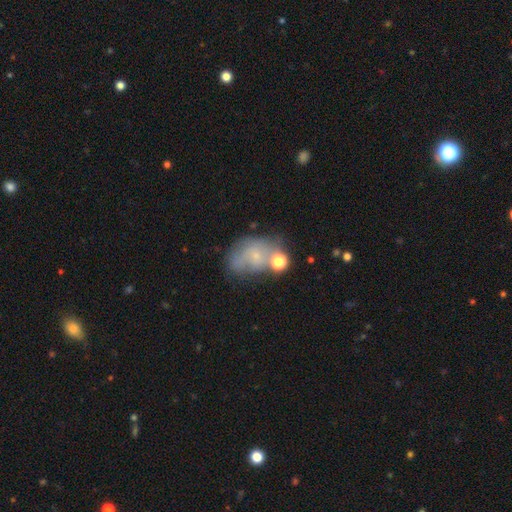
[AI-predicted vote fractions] A smooth galaxy with no disk features (46%).

Vote fractions:
- Smooth or featured? smooth: 46% / featured or disk: 38% / star or artifact: 16%
- Merging? none: 37% / minor disturbance: 25% / major disturbance: 20% / merger: 17%